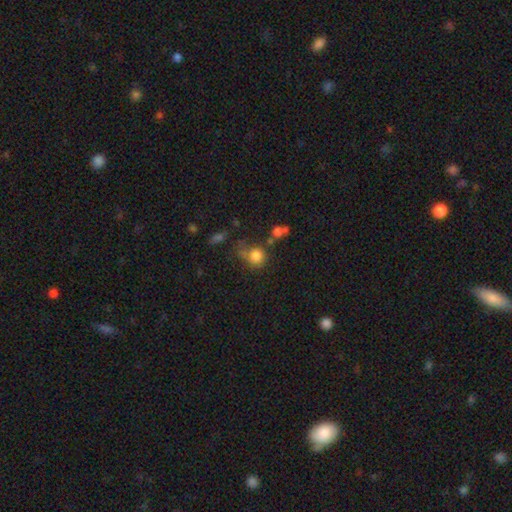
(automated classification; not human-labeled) smooth 80%, star or artifact 12%, featured or disk 8%. Down the decision tree: how rounded — round (82%); merging — none (52%).